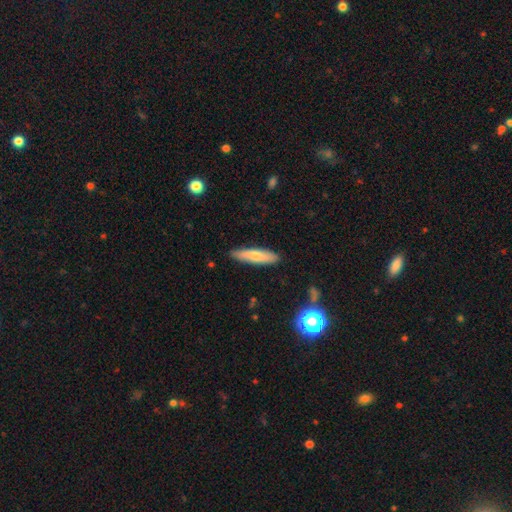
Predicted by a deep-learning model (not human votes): Smooth or featured: smooth — 74% (featured or disk — 20%)
How rounded: cigar-shaped — 77% (in between — 21%)
Merging: none — 85% (minor disturbance — 12%)